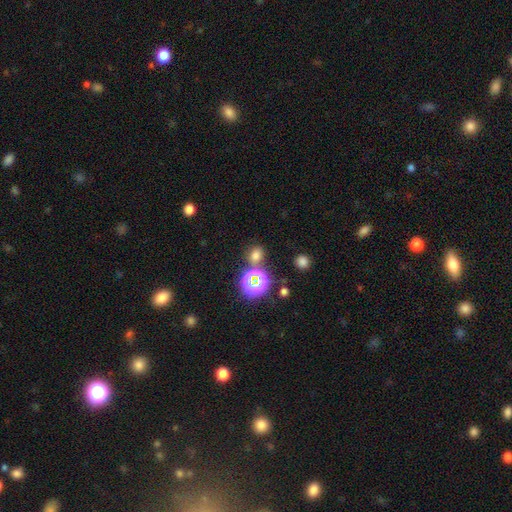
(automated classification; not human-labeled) Smooth or featured: smooth — 64% (star or artifact — 30%)
How rounded: round — 63% (in between — 36%)
Merging: none — 76% (merger — 10%)